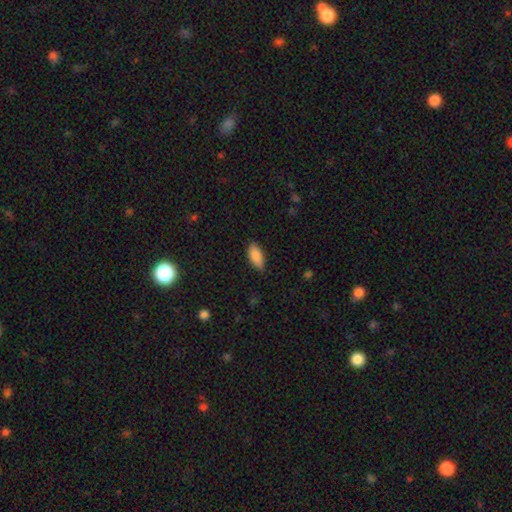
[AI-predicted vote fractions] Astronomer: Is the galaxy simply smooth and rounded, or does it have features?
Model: smooth — 86%.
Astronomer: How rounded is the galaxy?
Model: in between — 85%.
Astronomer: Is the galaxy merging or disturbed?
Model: none — 85%.